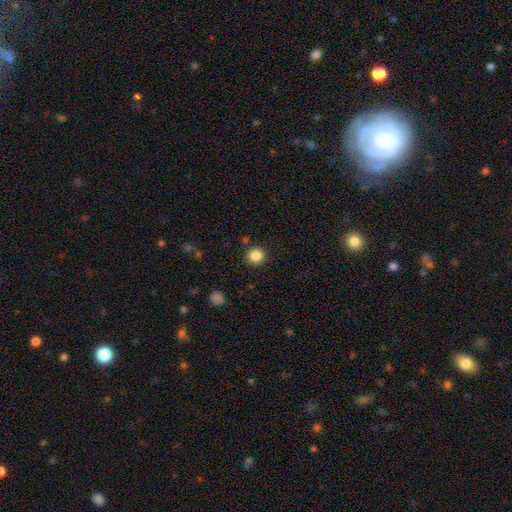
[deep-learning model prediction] The model was most divided on "smooth or featured": smooth: 85%, star or artifact: 10%, featured or disk: 4%. More confident: how rounded — round (93%); merging — none (89%).